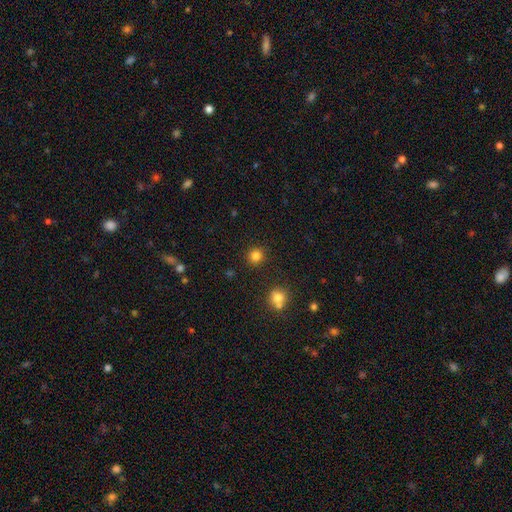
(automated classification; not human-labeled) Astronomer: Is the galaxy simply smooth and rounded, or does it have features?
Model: smooth — 82%.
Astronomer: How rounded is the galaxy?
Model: round — 92%.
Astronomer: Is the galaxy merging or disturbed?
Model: none — 89%.